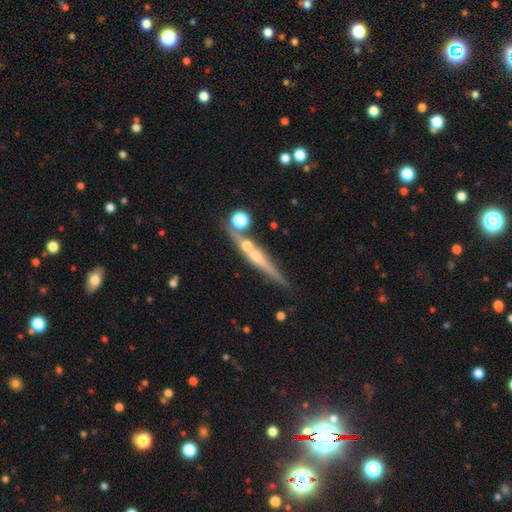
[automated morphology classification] type=featured or disk (68%); edge-on=yes (94%); edge-on bulge=rounded (74%); merging=none (71%).